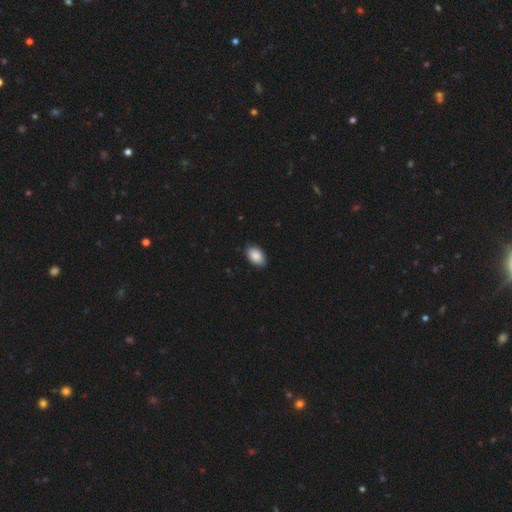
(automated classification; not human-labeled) smooth-or-featured: smooth: 89% | star or artifact: 7% | featured or disk: 5%
  how-rounded: in between: 91% | round: 8% | cigar-shaped: 1%
  merging: none: 88% | minor disturbance: 10% | major disturbance: 2% | merger: 1%